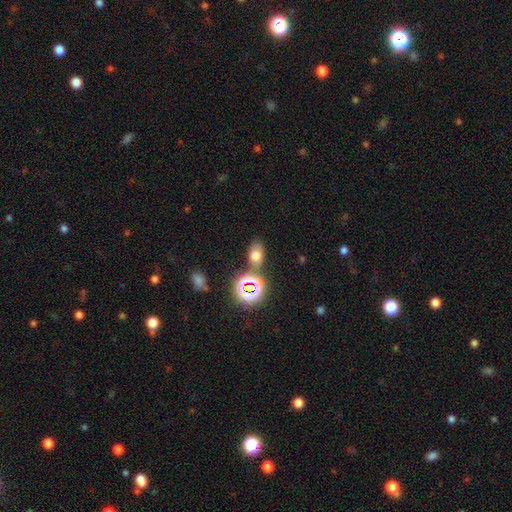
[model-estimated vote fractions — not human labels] smooth-or-featured: smooth: 66% | star or artifact: 24% | featured or disk: 11%
  how-rounded: in between: 78% | round: 19% | cigar-shaped: 2%
  merging: none: 66% | merger: 15% | minor disturbance: 14% | major disturbance: 5%